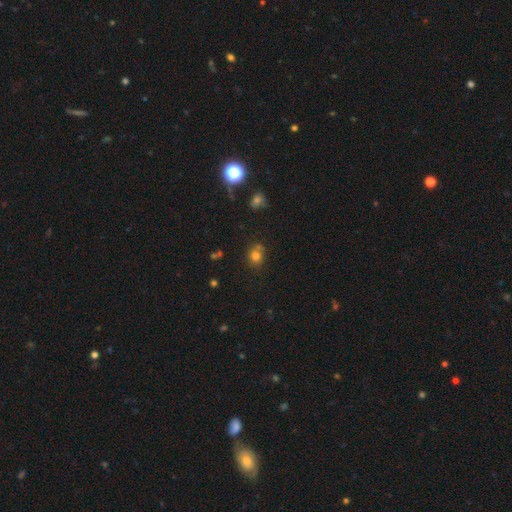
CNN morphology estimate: Overall: smooth (76%). How rounded: round (72%). Merging: none (65%).